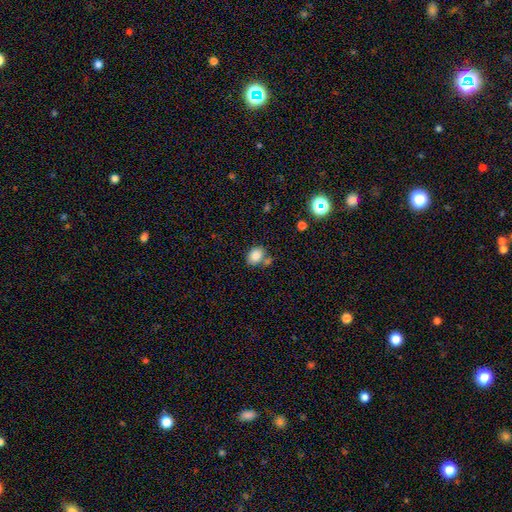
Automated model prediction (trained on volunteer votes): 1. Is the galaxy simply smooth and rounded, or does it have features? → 84% smooth, 10% star or artifact, 7% featured or disk.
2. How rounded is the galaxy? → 59% in between, 40% round, 1% cigar-shaped.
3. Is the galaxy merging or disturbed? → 63% none, 18% merger, 14% minor disturbance, 4% major disturbance.